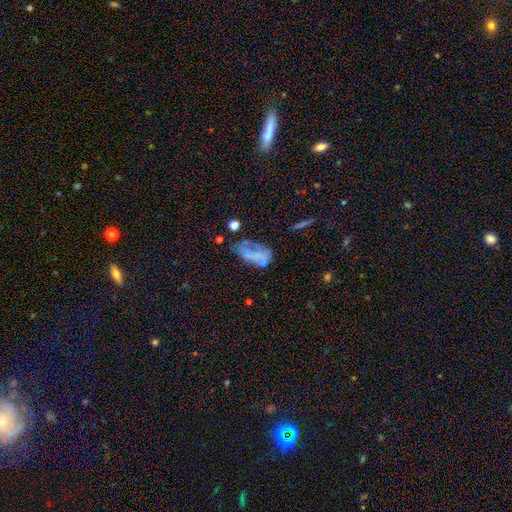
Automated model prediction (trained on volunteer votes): smooth_or_featured: smooth (p=0.47) [alt: featured or disk p=0.37]
merging: major disturbance (p=0.34) [alt: none p=0.29]